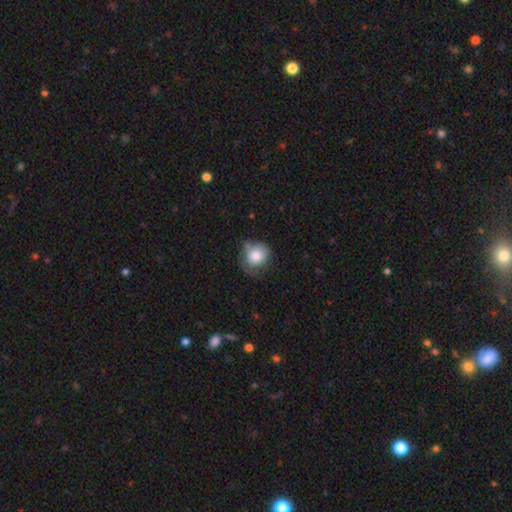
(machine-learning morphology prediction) smooth_or_featured: smooth (p=0.81) [alt: featured or disk p=0.10]
how_rounded: round (p=0.80) [alt: in between p=0.19]
merging: none (p=0.47) [alt: minor disturbance p=0.37]